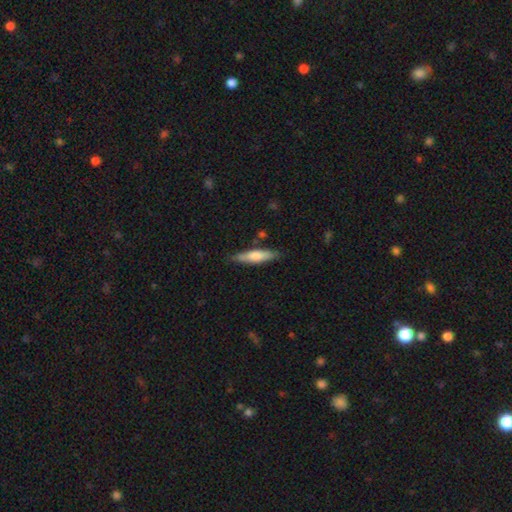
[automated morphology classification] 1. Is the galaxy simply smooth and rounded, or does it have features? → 63% smooth, 32% featured or disk, 6% star or artifact.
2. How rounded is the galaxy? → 78% cigar-shaped, 21% in between, 2% round.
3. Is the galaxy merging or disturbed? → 81% none, 14% minor disturbance, 3% major disturbance, 3% merger.